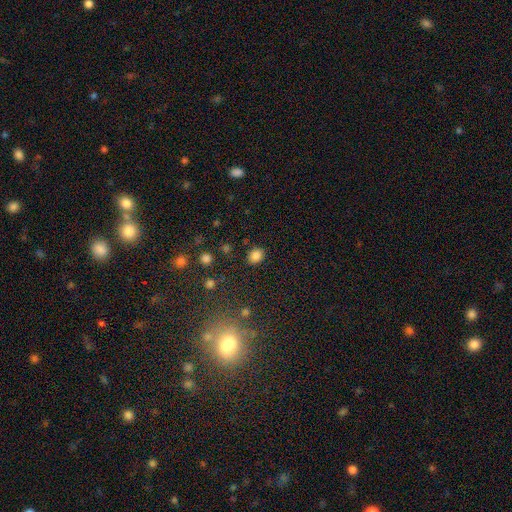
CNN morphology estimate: A smooth galaxy with no disk features (83%) that is round (58%). Merging: none (86%).